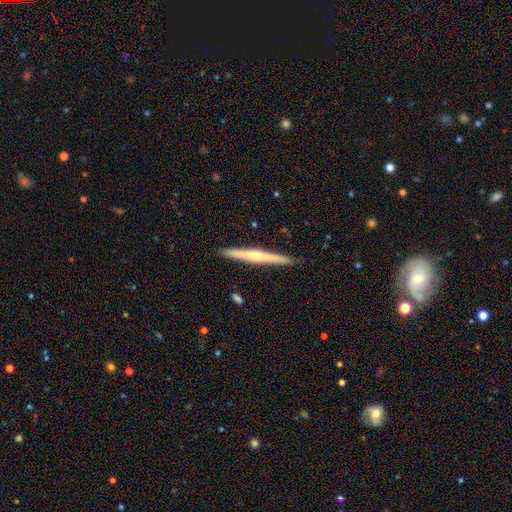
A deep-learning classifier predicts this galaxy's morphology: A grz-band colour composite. It shows a featured or disk galaxy (61%) viewed edge-on (98%) with a rounded central bulge (67%). Merging: none (91%).